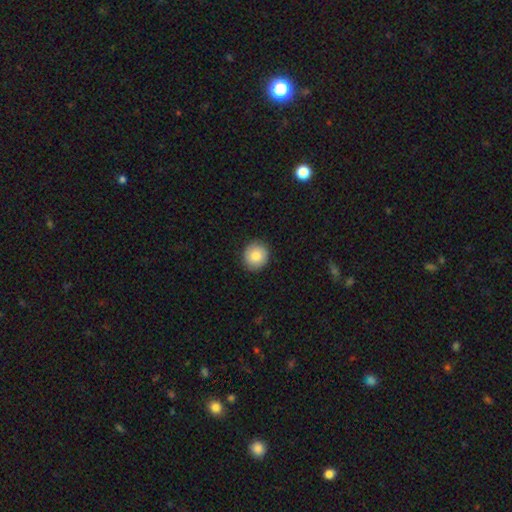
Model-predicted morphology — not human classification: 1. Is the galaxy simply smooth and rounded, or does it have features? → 84% smooth, 8% featured or disk, 8% star or artifact.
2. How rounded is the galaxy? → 88% round, 11% in between, 1% cigar-shaped.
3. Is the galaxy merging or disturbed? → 89% none, 8% minor disturbance, 2% major disturbance, 1% merger.